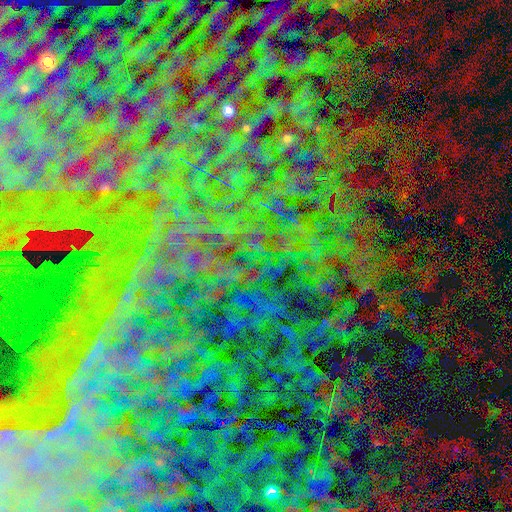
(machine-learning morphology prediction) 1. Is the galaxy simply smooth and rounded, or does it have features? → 87% star or artifact, 7% smooth, 7% featured or disk.